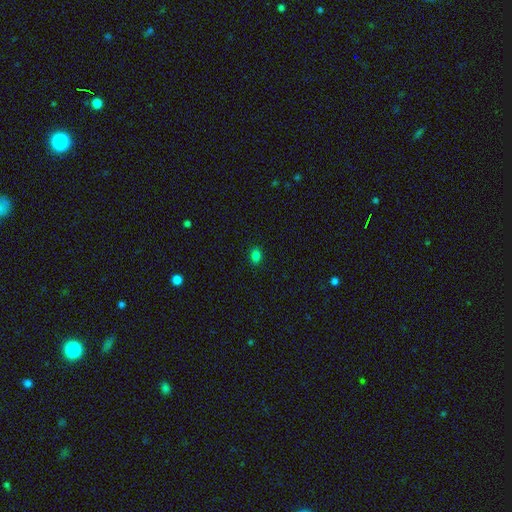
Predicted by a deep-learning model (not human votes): A smooth galaxy with no disk features (81%) that is in between round and cigar-shaped (72%).

Vote fractions:
- Smooth or featured? smooth: 81% / star or artifact: 15% / featured or disk: 4%
- How rounded? in between: 72% / round: 27% / cigar-shaped: 1%
- Merging? none: 89% / minor disturbance: 8% / major disturbance: 2% / merger: 1%